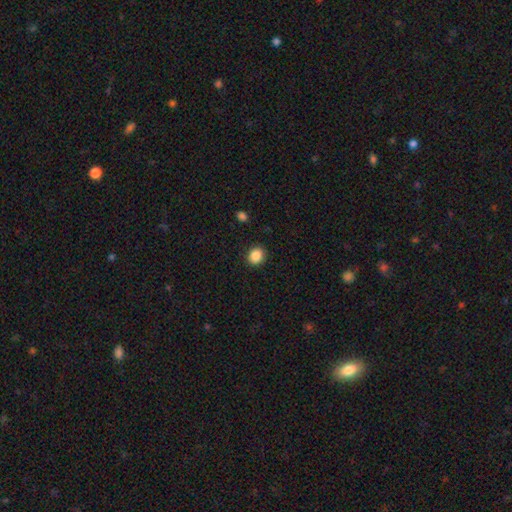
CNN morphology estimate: smooth-or-featured: smooth: 88% | star or artifact: 9% | featured or disk: 3%
  how-rounded: round: 65% | in between: 35% | cigar-shaped: 1%
  merging: none: 90% | minor disturbance: 6% | major disturbance: 2% | merger: 1%